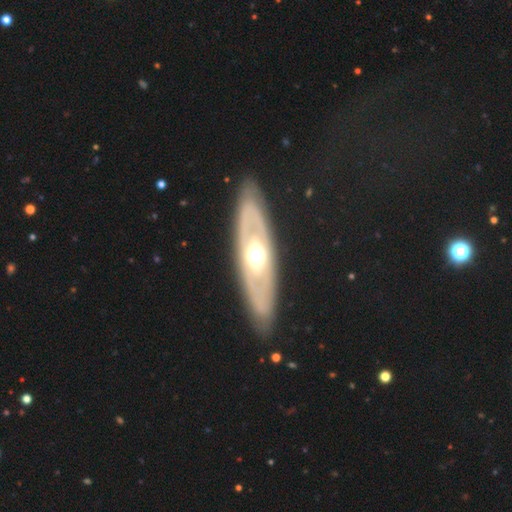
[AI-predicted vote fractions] Morphology: type=featured or disk (74%); edge-on=no (74%); bar=no (82%); spiral arms=no (70%); bulge=moderate (68%); merging=none (85%).